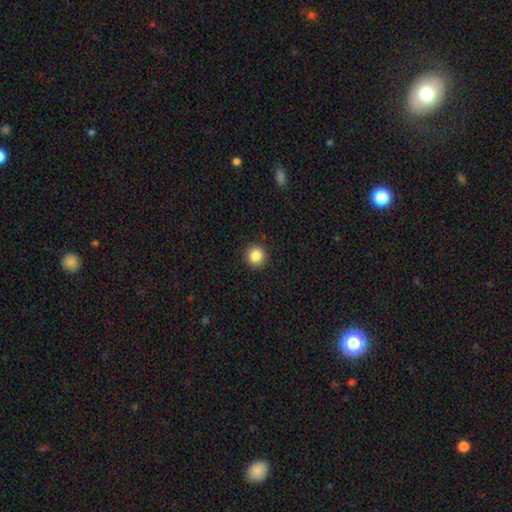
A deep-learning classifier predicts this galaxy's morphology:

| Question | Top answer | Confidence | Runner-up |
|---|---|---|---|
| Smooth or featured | smooth | 87% | star or artifact (10%) |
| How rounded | round | 93% | in between (6%) |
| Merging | none | 91% | minor disturbance (6%) |